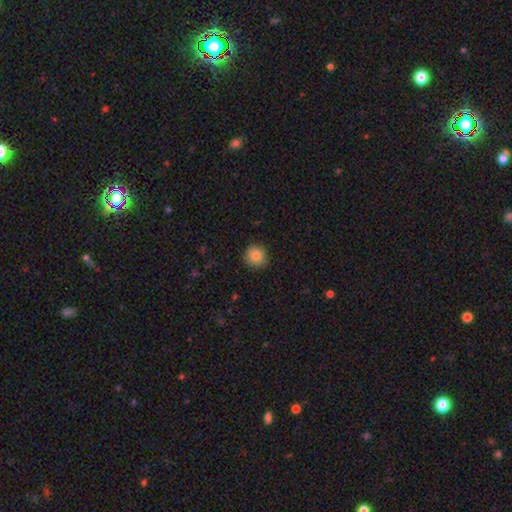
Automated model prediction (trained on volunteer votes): A smooth galaxy with no disk features (85%) that is round (91%). Merging: none (87%).